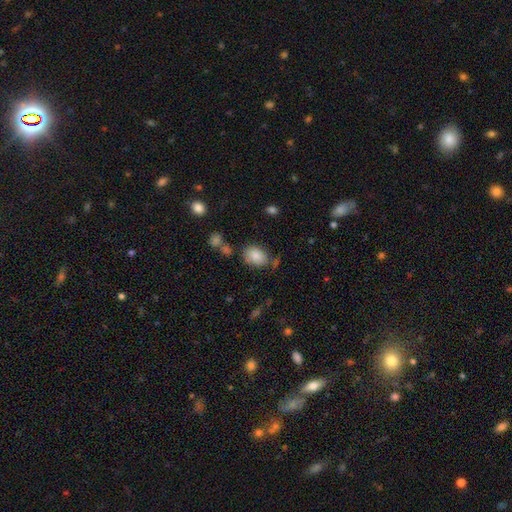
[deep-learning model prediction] smooth 83%, star or artifact 9%, featured or disk 8%. Down the decision tree: how rounded — in between (72%); merging — none (70%).